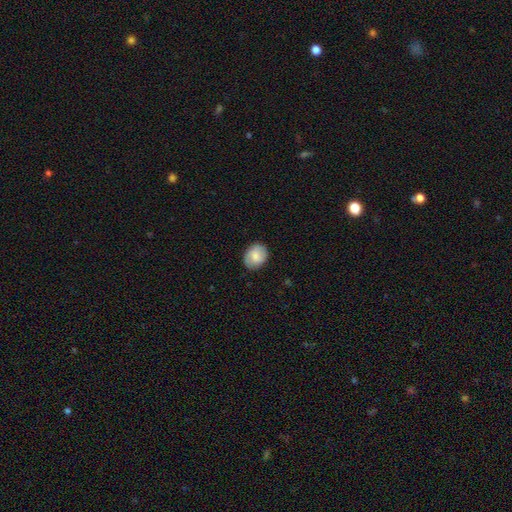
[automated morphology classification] This appears to be a smooth galaxy with no disk features (74%) that is round (52%). Merging: none (84%).